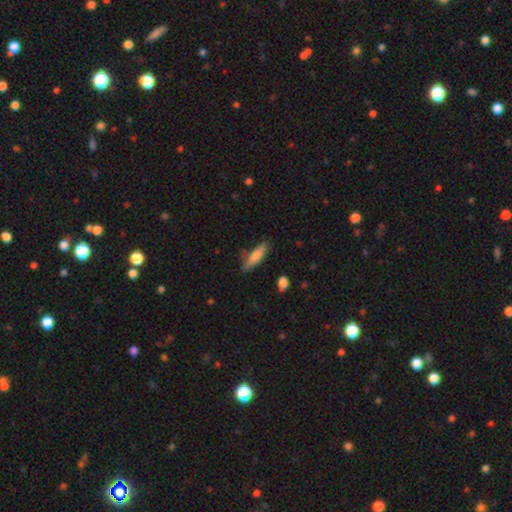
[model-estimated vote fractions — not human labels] This appears to be a smooth galaxy with no disk features (74%) that is cigar-shaped (61%). Merging: none (76%).